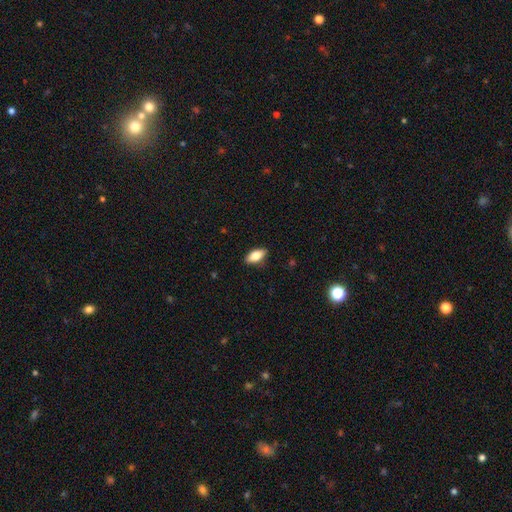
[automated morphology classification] This is likely a smooth galaxy (76%). How rounded: clearly in between (87%). Merging: clearly none (87%).